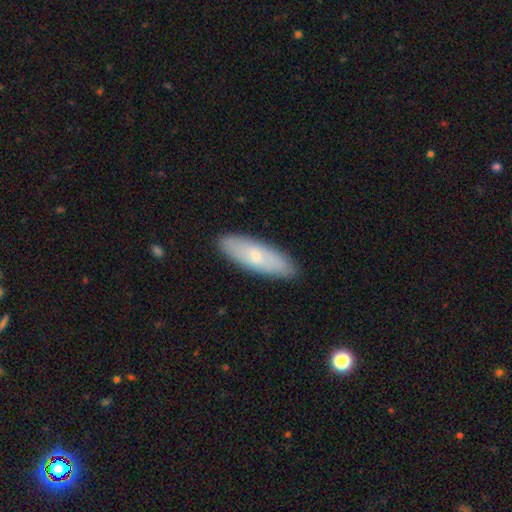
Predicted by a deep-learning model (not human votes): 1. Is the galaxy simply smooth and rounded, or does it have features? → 68% smooth, 26% featured or disk, 6% star or artifact.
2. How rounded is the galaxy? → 58% in between, 40% cigar-shaped, 2% round.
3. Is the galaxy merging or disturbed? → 87% none, 10% minor disturbance, 2% major disturbance, 1% merger.